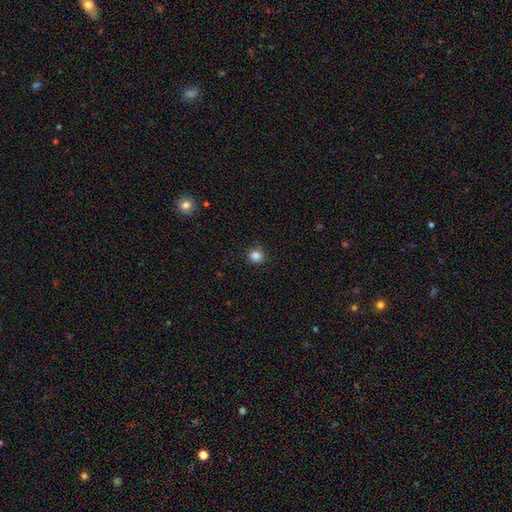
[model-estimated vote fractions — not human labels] The model was most divided on "smooth or featured": smooth: 84%, star or artifact: 12%, featured or disk: 4%. More confident: how rounded — round (91%); merging — none (88%).